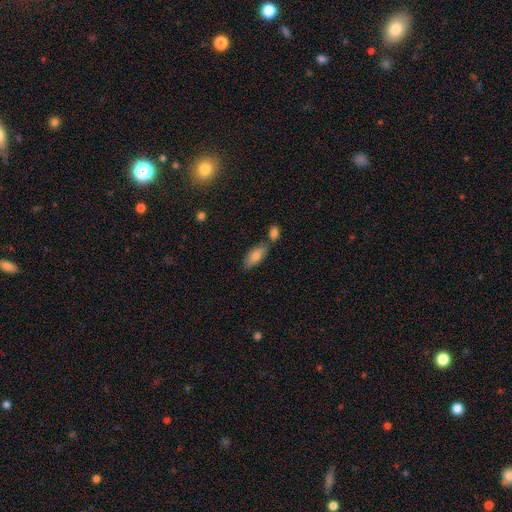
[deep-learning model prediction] This appears to be a smooth galaxy with no disk features (79%) that is in between round and cigar-shaped (82%). Merging: none (63%).